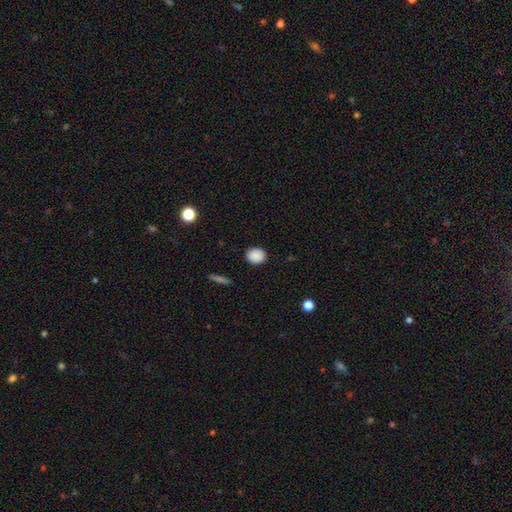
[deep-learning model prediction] Smooth or featured?
  - smooth: 89% *
  - star or artifact: 8%
  - featured or disk: 3%
How rounded?
  - round: 70% *
  - in between: 29%
  - cigar-shaped: 1%
Merging?
  - none: 90% *
  - minor disturbance: 7%
  - major disturbance: 2%
  - merger: 1%